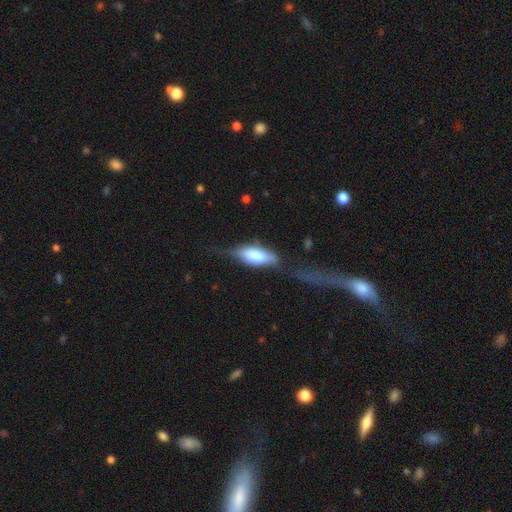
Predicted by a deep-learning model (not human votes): This appears to be a smooth galaxy with no disk features (63%) that is in between round and cigar-shaped (74%). Merging: none (44%).